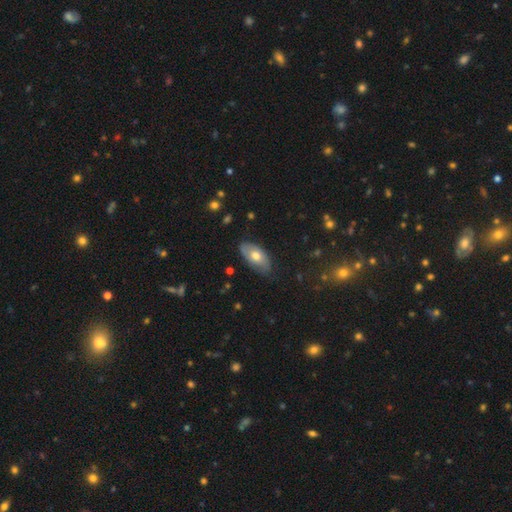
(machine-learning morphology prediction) Smooth or featured: smooth — 58% (featured or disk — 36%)
How rounded: in between — 92% (round — 4%)
Merging: none — 75% (minor disturbance — 20%)